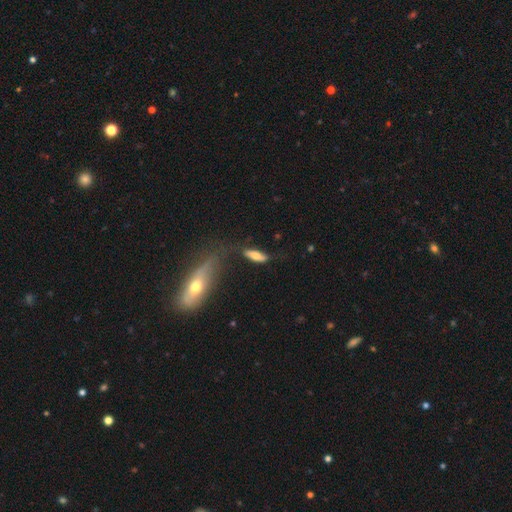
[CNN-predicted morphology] Smooth or featured?
  - smooth: 65% *
  - featured or disk: 28%
  - star or artifact: 7%
How rounded?
  - in between: 55% *
  - cigar-shaped: 42%
  - round: 3%
Merging?
  - none: 67% *
  - minor disturbance: 19%
  - major disturbance: 8%
  - merger: 6%